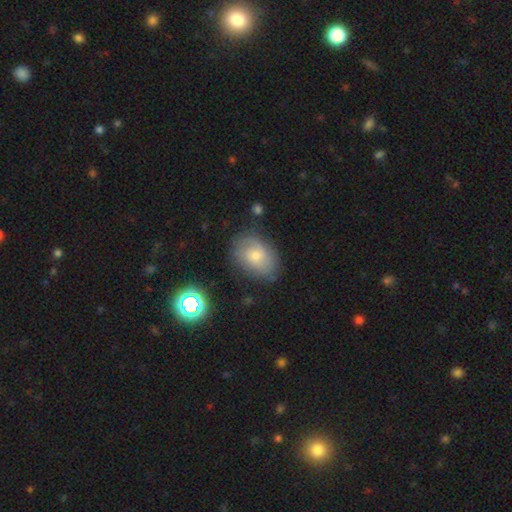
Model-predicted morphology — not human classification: This appears to be a smooth galaxy with no disk features (52%) that is in between round and cigar-shaped (71%). Merging: none (72%).